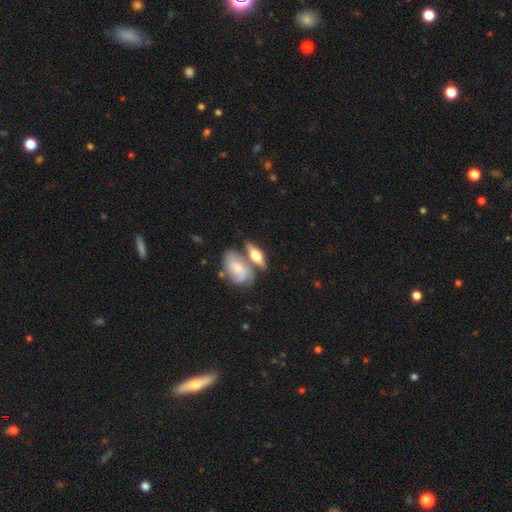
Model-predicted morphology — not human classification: A featured or disk galaxy (52%) viewed edge-on (64%).

Vote fractions:
- Smooth or featured? featured or disk: 52% / smooth: 42% / star or artifact: 7%
- Edge-on disk? yes: 64% / no: 36%
- Merging? none: 46% / merger: 37% / minor disturbance: 12% / major disturbance: 5%